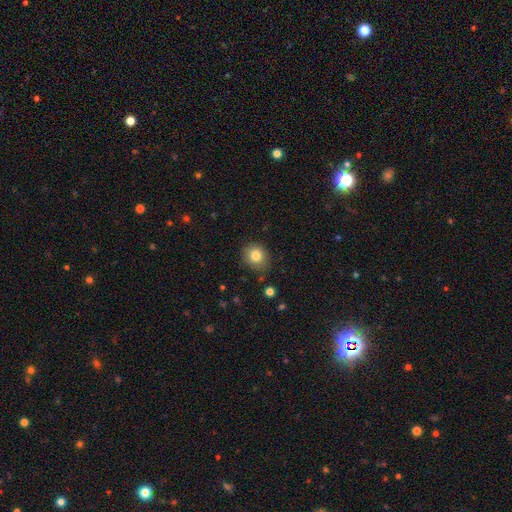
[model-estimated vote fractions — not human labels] This is clearly a smooth galaxy (82%). How rounded: likely round (78%). Merging: clearly none (82%).